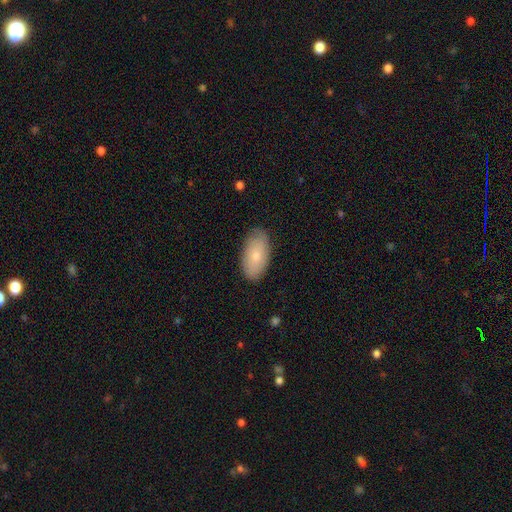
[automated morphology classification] This is likely a smooth galaxy (74%). How rounded: clearly in between (94%). Merging: clearly none (83%).